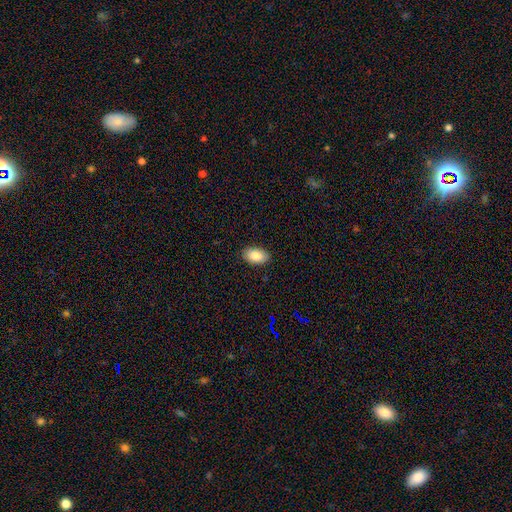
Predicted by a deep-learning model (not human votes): The model was most divided on "merging": none: 89%, minor disturbance: 9%, major disturbance: 2%, merger: 1%. More confident: how rounded — in between (94%); smooth or featured — smooth (87%).